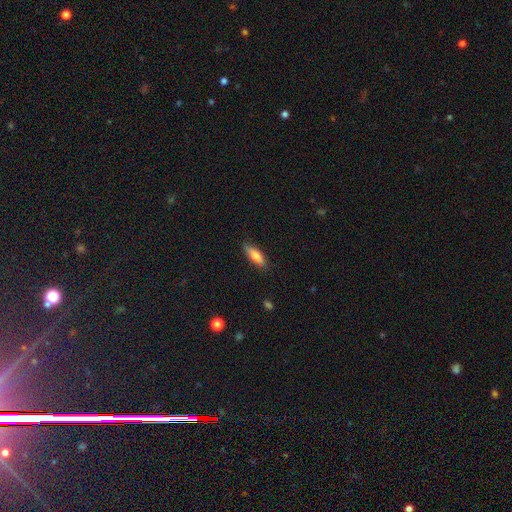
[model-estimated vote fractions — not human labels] smooth 77%, featured or disk 16%, star or artifact 7%. Down the decision tree: how rounded — in between (50%); merging — none (82%).